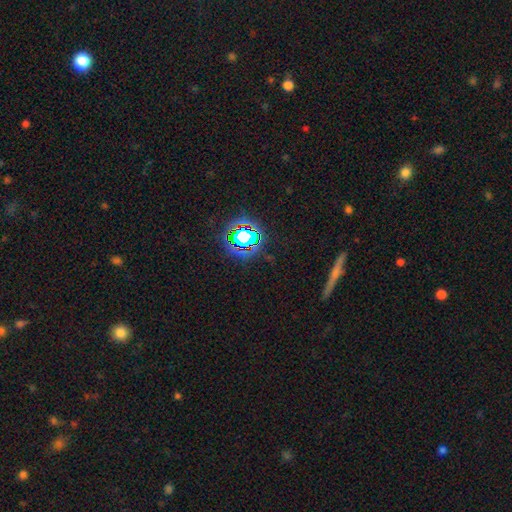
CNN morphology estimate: A star or artifact, not a galaxy (62%).

Vote fractions:
- Smooth or featured? star or artifact: 62% / smooth: 22% / featured or disk: 16%